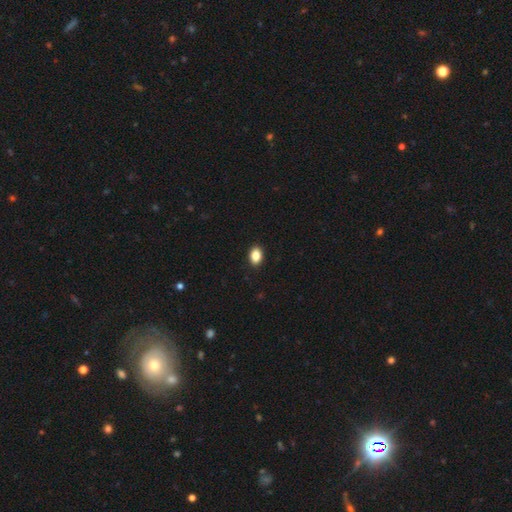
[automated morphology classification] Smooth or featured? Predicted: smooth (p=0.87). How rounded? Predicted: in between (p=0.84). Merging? Predicted: none (p=0.91).